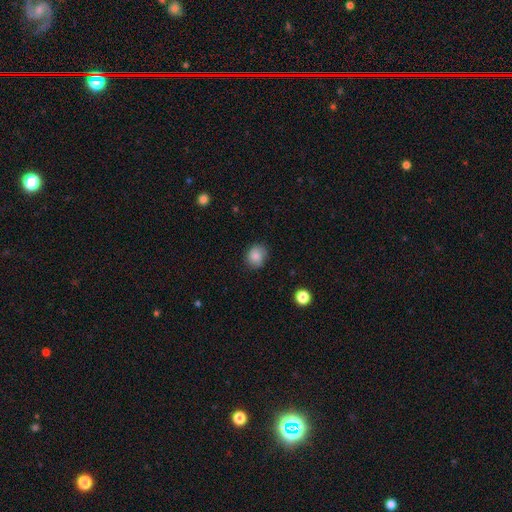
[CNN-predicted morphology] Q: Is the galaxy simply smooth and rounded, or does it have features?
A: smooth — 83%.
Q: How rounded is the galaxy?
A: round — 70%.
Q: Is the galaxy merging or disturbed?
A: none — 77%.